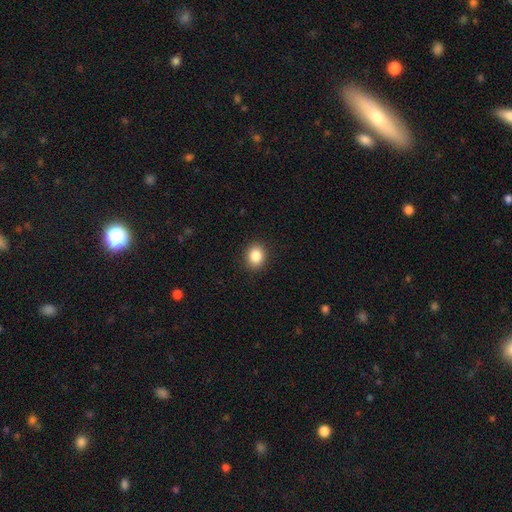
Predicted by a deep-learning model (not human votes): smooth-or-featured: smooth: 85% | star or artifact: 9% | featured or disk: 5%
  how-rounded: round: 63% | in between: 36% | cigar-shaped: 1%
  merging: none: 91% | minor disturbance: 6% | major disturbance: 2% | merger: 1%